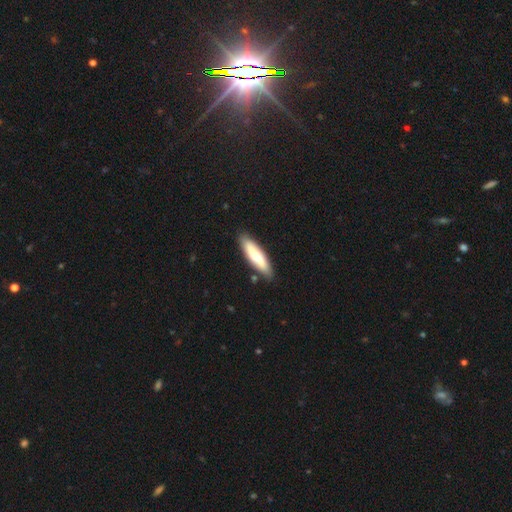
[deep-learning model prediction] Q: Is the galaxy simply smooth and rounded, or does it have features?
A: smooth — 63%.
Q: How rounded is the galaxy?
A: cigar-shaped — 65%.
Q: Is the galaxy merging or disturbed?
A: none — 85%.